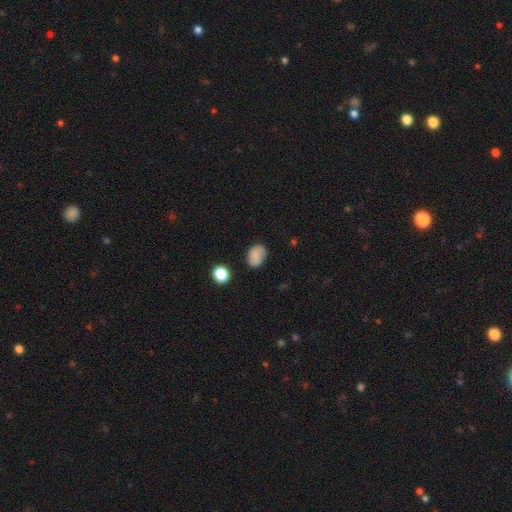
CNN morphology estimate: Smooth or featured? Predicted: smooth (p=0.76). How rounded? Predicted: in between (p=0.73). Merging? Predicted: none (p=0.75).